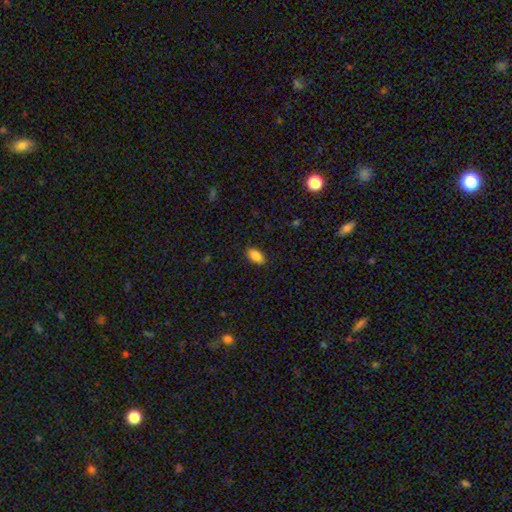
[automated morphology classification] smooth 87%, star or artifact 8%, featured or disk 5%. Down the decision tree: how rounded — in between (91%); merging — none (87%).